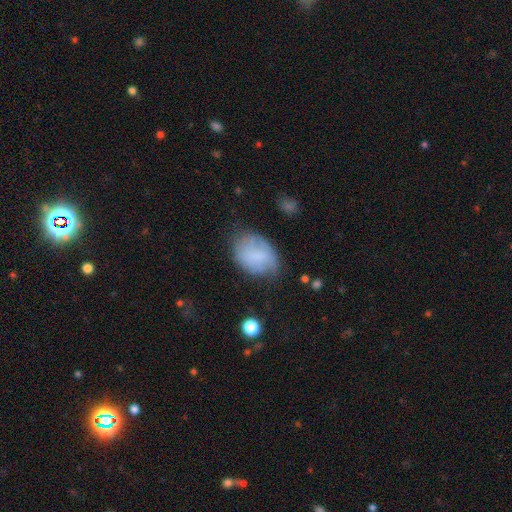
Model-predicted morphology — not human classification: Smooth or featured: smooth — 70% (featured or disk — 22%)
How rounded: in between — 78% (round — 21%)
Merging: none — 54% (minor disturbance — 31%)